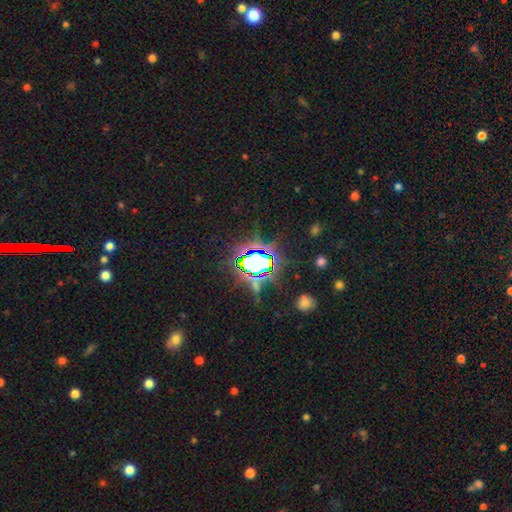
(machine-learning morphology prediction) Smooth or featured: star or artifact — 75% (smooth — 15%)